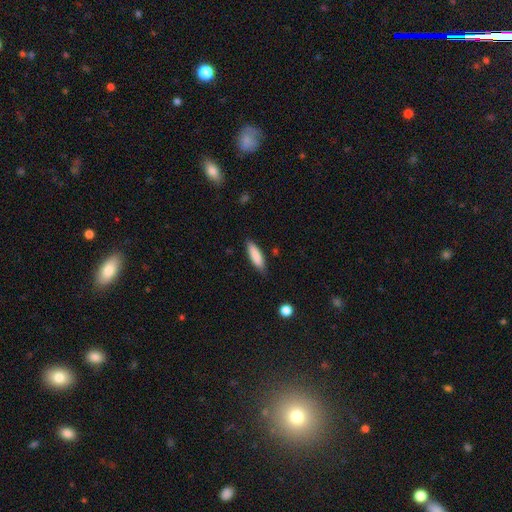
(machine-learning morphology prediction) This appears to be a smooth galaxy with no disk features (85%) that is cigar-shaped (61%). Merging: none (83%).